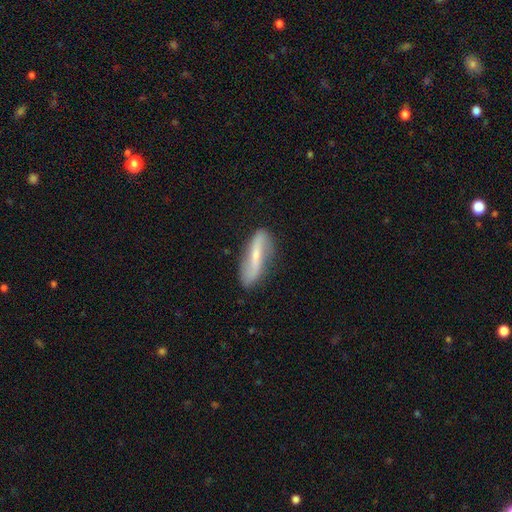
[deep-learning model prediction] Overall: featured or disk (63%; smooth 30%). Edge-on disk: no (74%). Merging: none (79%).